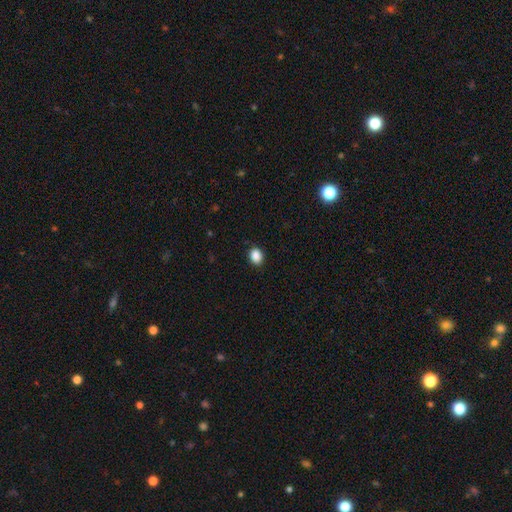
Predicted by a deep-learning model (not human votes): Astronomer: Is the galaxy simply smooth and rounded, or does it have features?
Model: smooth — 89%.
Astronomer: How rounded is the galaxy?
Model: in between — 60% (runner-up: round, 39%).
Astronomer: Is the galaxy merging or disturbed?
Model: none — 89%.